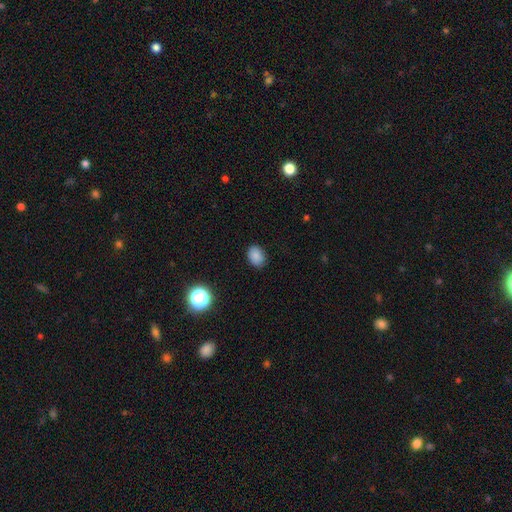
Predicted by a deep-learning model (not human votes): smooth-or-featured: smooth: 85% | star or artifact: 12% | featured or disk: 4%
  how-rounded: in between: 68% | round: 31% | cigar-shaped: 1%
  merging: none: 86% | minor disturbance: 11% | major disturbance: 3% | merger: 1%